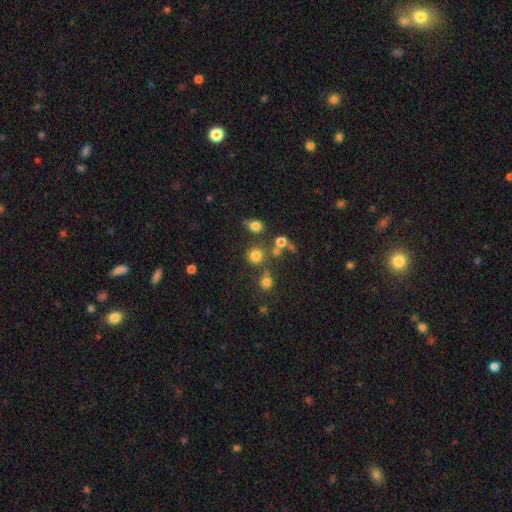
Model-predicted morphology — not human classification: smooth 76%, star or artifact 17%, featured or disk 8%. Down the decision tree: how rounded — round (90%); merging — none (70%).